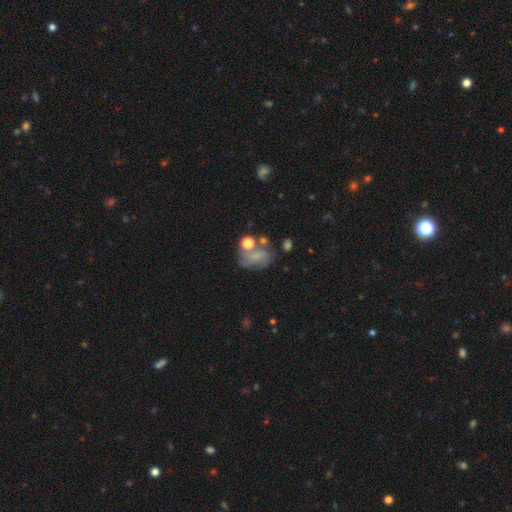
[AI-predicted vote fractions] smooth-or-featured: smooth: 54% | featured or disk: 31% | star or artifact: 15%
  how-rounded: in between: 63% | round: 36% | cigar-shaped: 2%
  merging: none: 42% | minor disturbance: 23% | merger: 18% | major disturbance: 17%